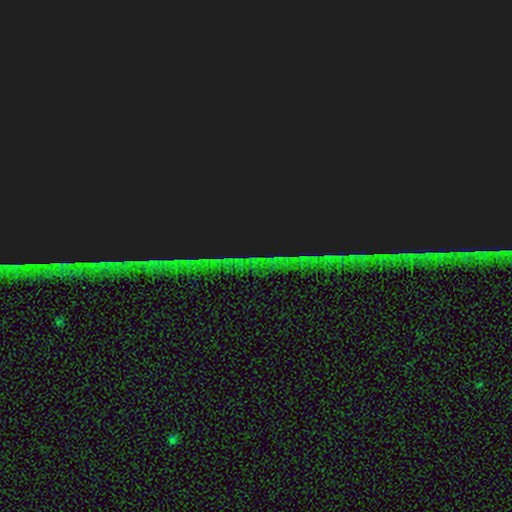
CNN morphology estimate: Smooth or featured?
  - star or artifact: 86% *
  - featured or disk: 7%
  - smooth: 7%